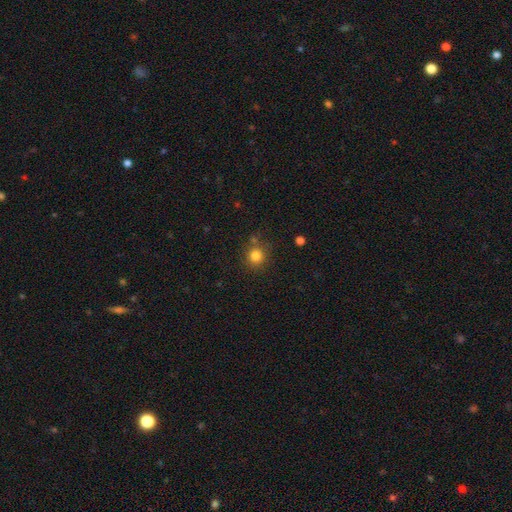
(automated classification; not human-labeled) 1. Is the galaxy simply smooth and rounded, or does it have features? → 82% smooth, 12% star or artifact, 5% featured or disk.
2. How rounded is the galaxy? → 89% round, 10% in between, 1% cigar-shaped.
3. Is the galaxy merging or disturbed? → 80% none, 10% minor disturbance, 7% merger, 3% major disturbance.